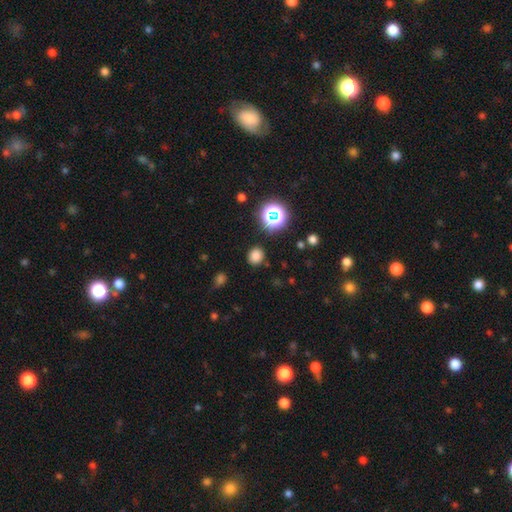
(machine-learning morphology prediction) A smooth galaxy with no disk features (77%) that is round (74%).

Vote fractions:
- Smooth or featured? smooth: 77% / star or artifact: 18% / featured or disk: 5%
- How rounded? round: 74% / in between: 25% / cigar-shaped: 1%
- Merging? none: 86% / minor disturbance: 9% / major disturbance: 3% / merger: 2%